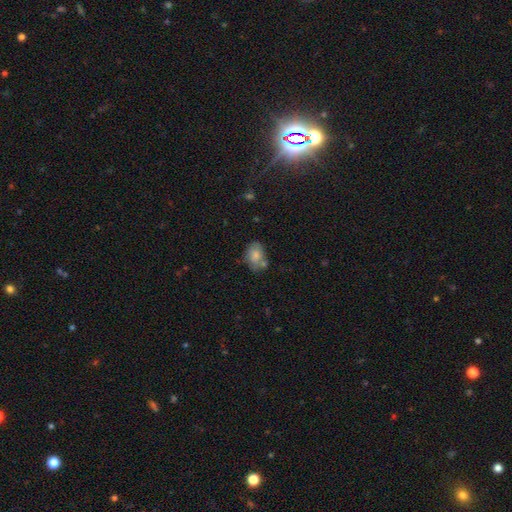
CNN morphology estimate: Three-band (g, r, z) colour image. It shows a smooth galaxy with no disk features (74%) that is in between round and cigar-shaped (76%). Merging: none (54%).